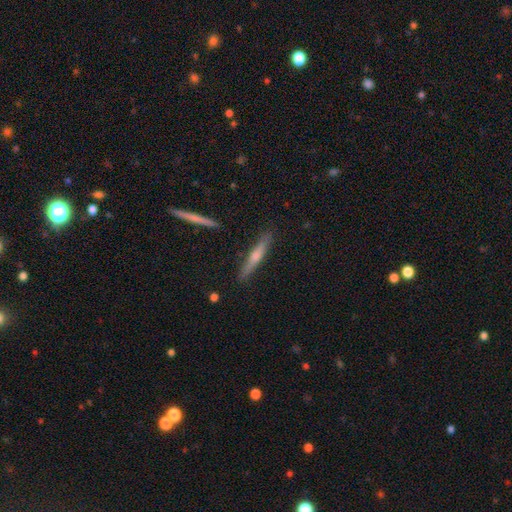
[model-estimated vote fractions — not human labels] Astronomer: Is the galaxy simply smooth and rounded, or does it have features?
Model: featured or disk — 52% (runner-up: smooth, 42%).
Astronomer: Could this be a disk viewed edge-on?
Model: yes — 96%.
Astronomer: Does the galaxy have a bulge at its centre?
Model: rounded — 68%.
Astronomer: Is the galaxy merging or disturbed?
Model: none — 87%.